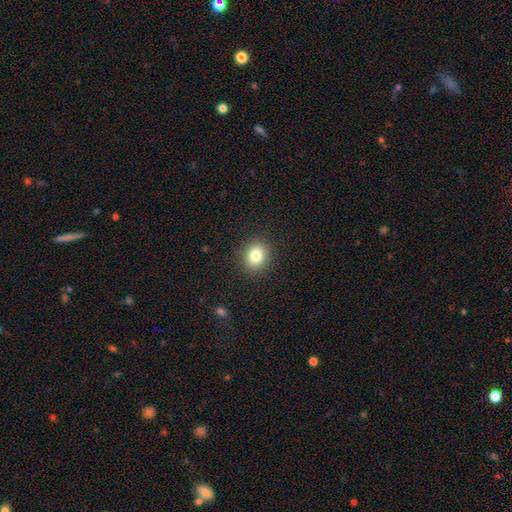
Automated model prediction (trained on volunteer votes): Smooth or featured: smooth — 82% (star or artifact — 11%)
How rounded: round — 64% (in between — 35%)
Merging: none — 89% (minor disturbance — 8%)